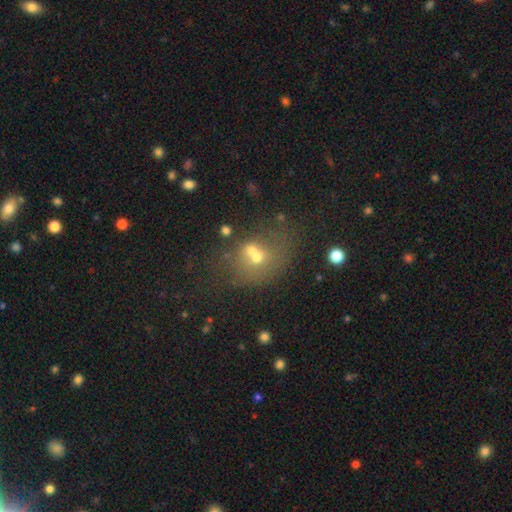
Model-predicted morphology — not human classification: A smooth galaxy with no disk features (52%) that is round (59%).

Vote fractions:
- Smooth or featured? smooth: 52% / featured or disk: 27% / star or artifact: 20%
- How rounded? round: 59% / in between: 39% / cigar-shaped: 1%
- Merging? merger: 52% / none: 29% / minor disturbance: 10% / major disturbance: 9%